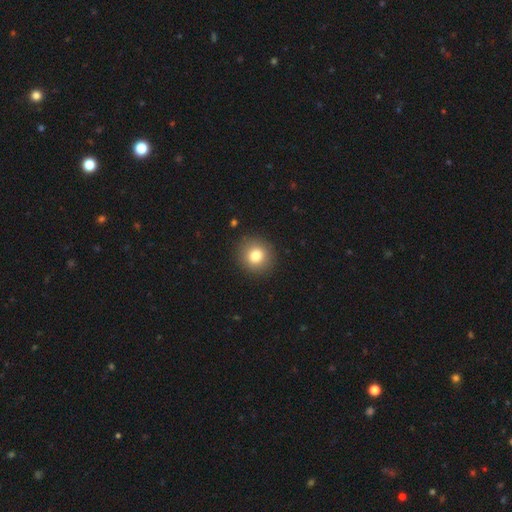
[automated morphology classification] Overall: smooth (81%). How rounded: round (90%). Merging: none (90%).